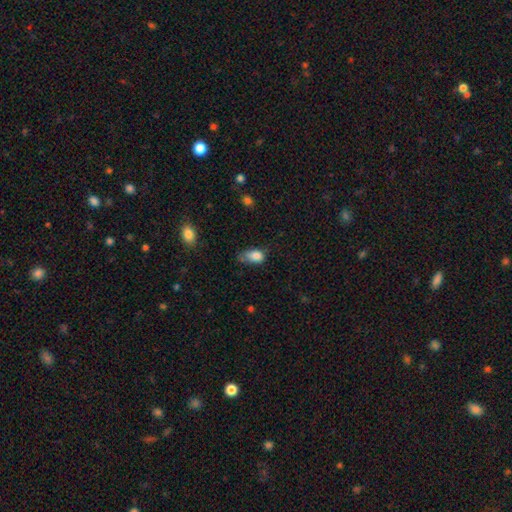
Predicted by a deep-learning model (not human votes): smooth-or-featured: smooth: 83% | star or artifact: 9% | featured or disk: 9%
  how-rounded: in between: 88% | round: 9% | cigar-shaped: 3%
  merging: minor disturbance: 42% | none: 31% | major disturbance: 24% | merger: 4%